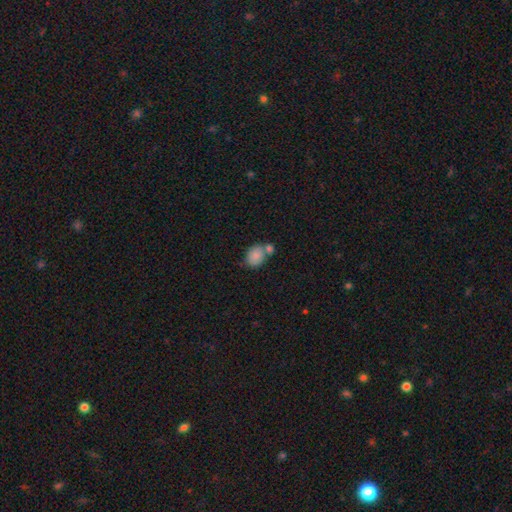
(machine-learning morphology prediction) smooth_or_featured: smooth (p=0.84) [alt: featured or disk p=0.08]
how_rounded: in between (p=0.54) [alt: round p=0.45]
merging: none (p=0.44) [alt: merger p=0.39]